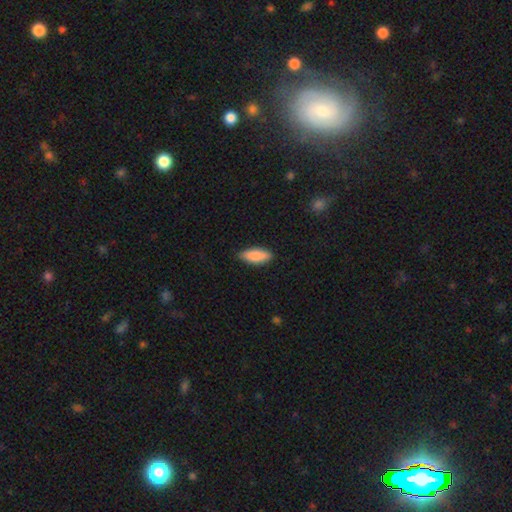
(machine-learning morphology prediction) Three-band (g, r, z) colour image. It shows a smooth galaxy with no disk features (86%) that is in between round and cigar-shaped (71%). Merging: none (85%).